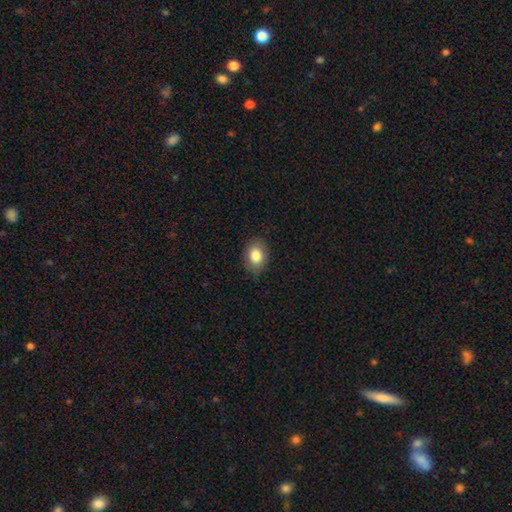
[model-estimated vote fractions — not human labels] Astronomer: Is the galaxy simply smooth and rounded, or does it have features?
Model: smooth — 82%.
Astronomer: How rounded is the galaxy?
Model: in between — 73%.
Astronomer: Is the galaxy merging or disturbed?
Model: none — 83%.